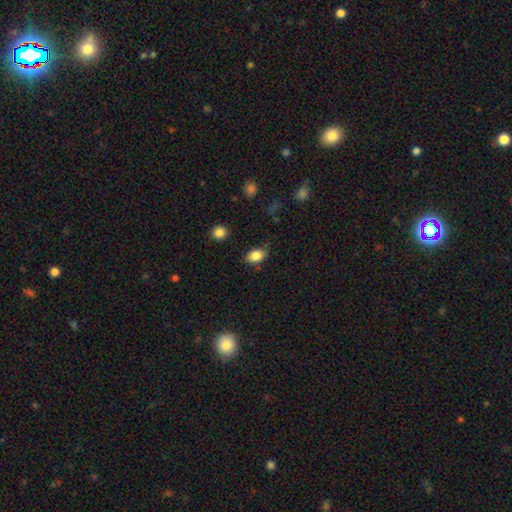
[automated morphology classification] Q: Smooth or featured?
A: smooth (85%); runner-up: star or artifact (9%)
Q: How rounded?
A: in between (81%); runner-up: round (18%)
Q: Merging?
A: none (75%); runner-up: minor disturbance (18%)